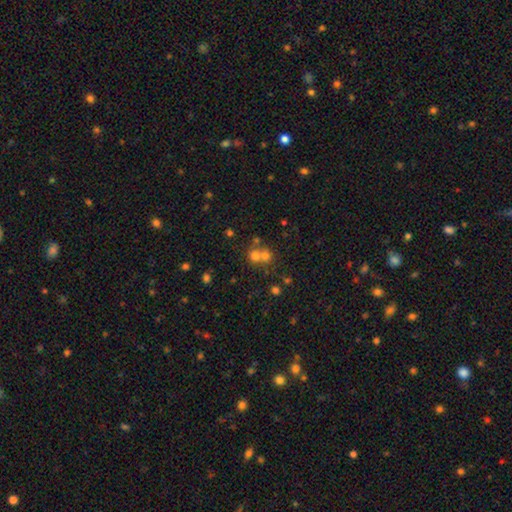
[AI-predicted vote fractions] Morphology: type=smooth (65%); roundness=round (84%); merging=merger (52%).